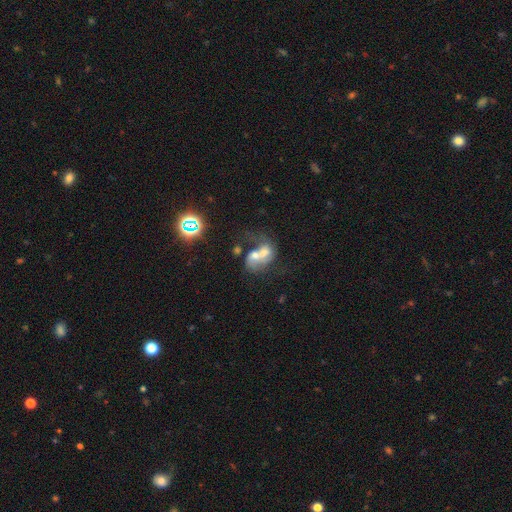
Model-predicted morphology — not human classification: Smooth or featured: featured or disk — 49% (smooth — 35%)
Merging: merger — 70% (none — 13%)